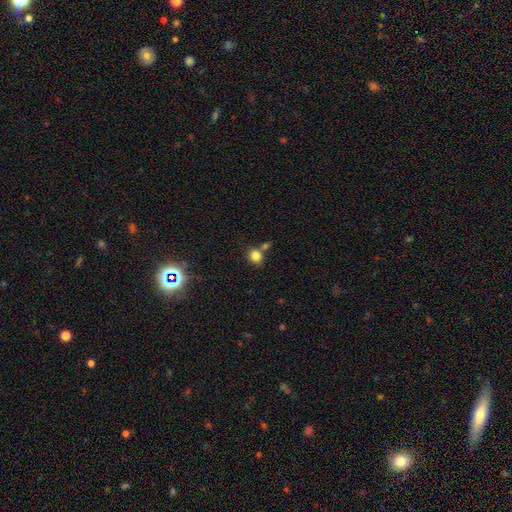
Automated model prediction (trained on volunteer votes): A smooth galaxy with no disk features (82%) that is round (77%).

Vote fractions:
- Smooth or featured? smooth: 82% / star or artifact: 12% / featured or disk: 6%
- How rounded? round: 77% / in between: 22% / cigar-shaped: 1%
- Merging? none: 66% / merger: 20% / minor disturbance: 10% / major disturbance: 3%